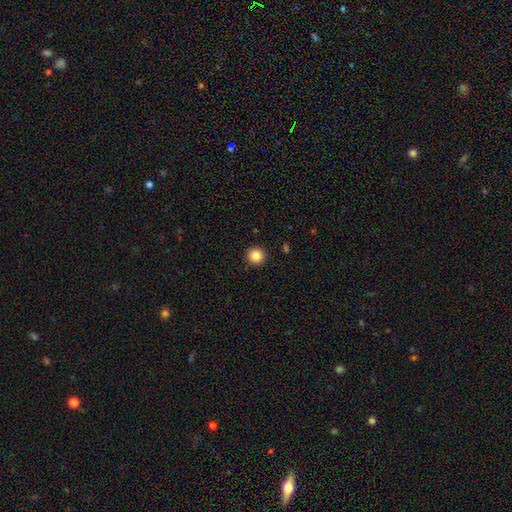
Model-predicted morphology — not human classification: Smooth or featured? smooth (85%)
How rounded? round (96%)
Merging? none (93%)